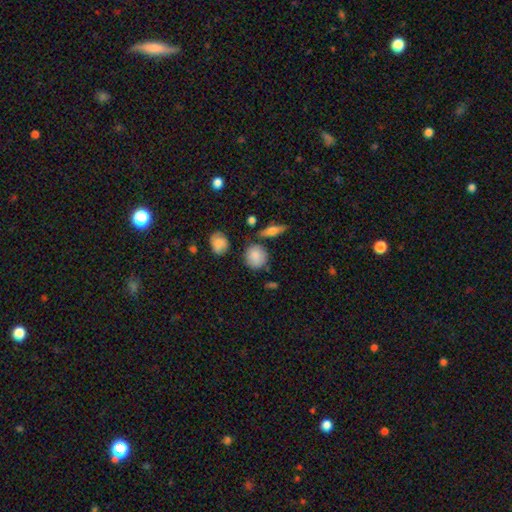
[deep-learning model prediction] Overall: smooth (82%). How rounded: round (81%). Merging: none (74%).